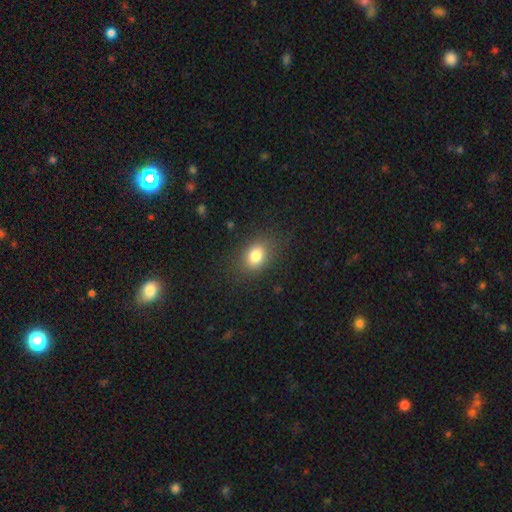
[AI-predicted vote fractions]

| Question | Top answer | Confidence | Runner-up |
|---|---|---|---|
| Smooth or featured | smooth | 81% | star or artifact (11%) |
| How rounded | in between | 63% | round (36%) |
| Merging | none | 80% | minor disturbance (13%) |